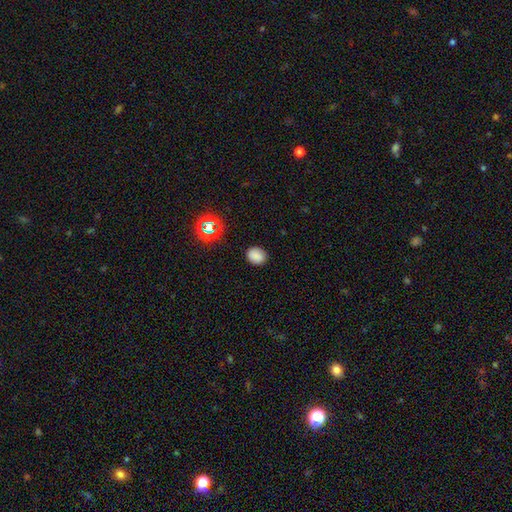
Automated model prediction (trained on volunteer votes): A smooth galaxy with no disk features (81%) that is round (61%).

Vote fractions:
- Smooth or featured? smooth: 81% / star or artifact: 14% / featured or disk: 4%
- How rounded? round: 61% / in between: 38% / cigar-shaped: 1%
- Merging? none: 86% / minor disturbance: 10% / major disturbance: 3% / merger: 1%